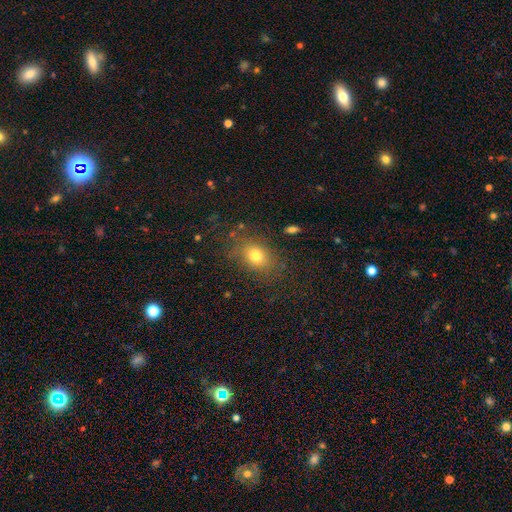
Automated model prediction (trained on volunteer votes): A smooth galaxy with no disk features (75%) that is in between round and cigar-shaped (61%).

Vote fractions:
- Smooth or featured? smooth: 75% / star or artifact: 13% / featured or disk: 11%
- How rounded? in between: 61% / round: 38% / cigar-shaped: 1%
- Merging? none: 76% / minor disturbance: 15% / major disturbance: 7% / merger: 2%